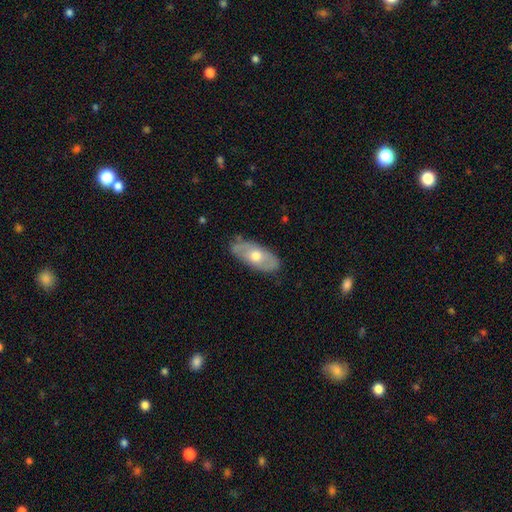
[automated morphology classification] Smooth or featured? featured or disk (52%)
Edge-on disk? no (79%)
Merging? none (80%)